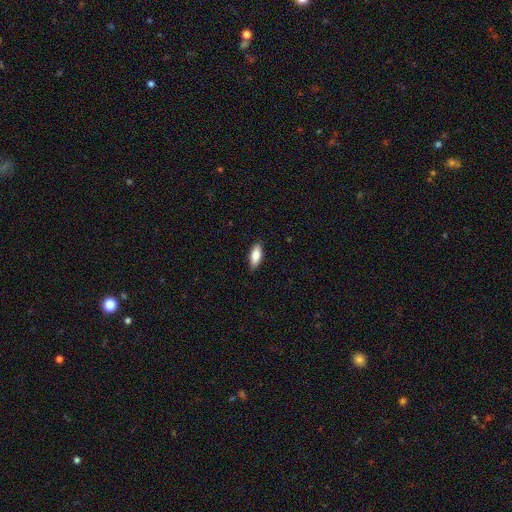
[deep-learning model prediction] Smooth or featured? smooth (84%)
How rounded? in between (80%)
Merging? none (88%)